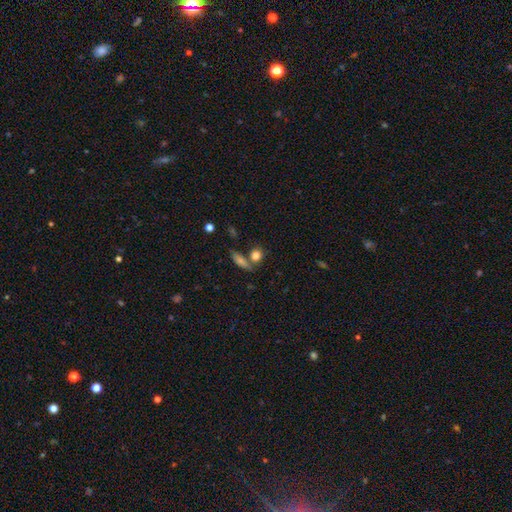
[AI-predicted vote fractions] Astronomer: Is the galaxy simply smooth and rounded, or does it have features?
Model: smooth — 82%.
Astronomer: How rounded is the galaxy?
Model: round — 59% (runner-up: in between, 36%).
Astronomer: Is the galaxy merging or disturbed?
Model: none — 58%.